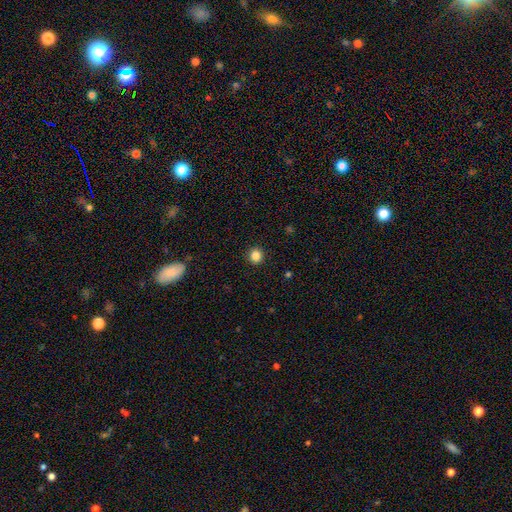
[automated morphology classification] Smooth or featured?
  - smooth: 85% *
  - star or artifact: 11%
  - featured or disk: 4%
How rounded?
  - round: 91% *
  - in between: 8%
  - cigar-shaped: 1%
Merging?
  - none: 92% *
  - minor disturbance: 5%
  - major disturbance: 2%
  - merger: 1%